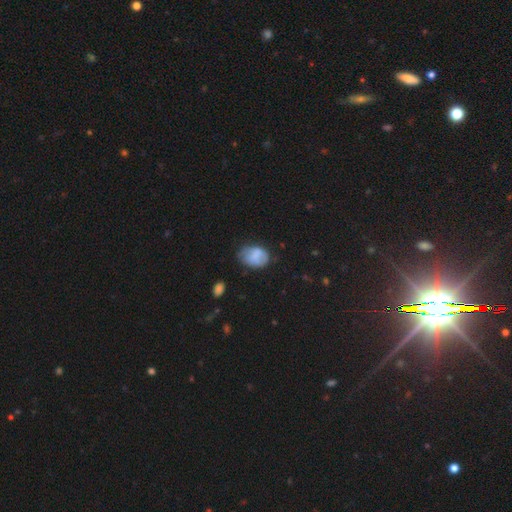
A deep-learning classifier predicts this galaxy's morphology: Smooth or featured?
  - smooth: 74% *
  - featured or disk: 18%
  - star or artifact: 8%
How rounded?
  - in between: 77% *
  - round: 22%
  - cigar-shaped: 1%
Merging?
  - none: 54% *
  - minor disturbance: 32%
  - major disturbance: 11%
  - merger: 3%